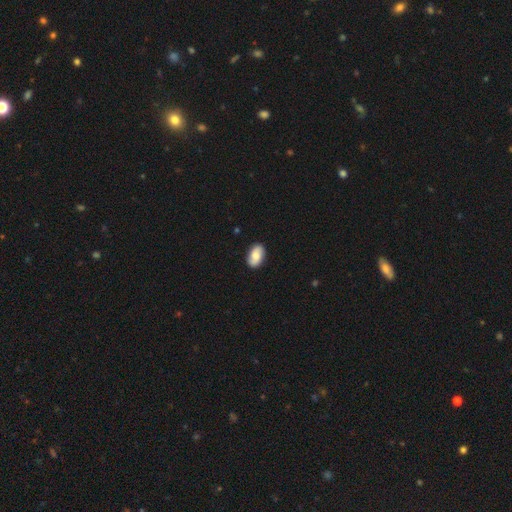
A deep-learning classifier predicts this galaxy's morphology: smooth_or_featured: smooth (p=0.74) [alt: featured or disk p=0.19]
how_rounded: in between (p=0.93) [alt: round p=0.06]
merging: none (p=0.87) [alt: minor disturbance p=0.10]